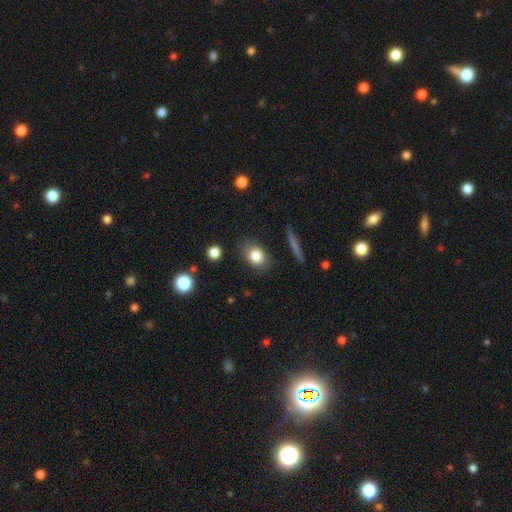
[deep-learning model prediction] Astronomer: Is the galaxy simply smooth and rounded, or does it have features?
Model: smooth — 81%.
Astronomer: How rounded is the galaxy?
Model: in between — 64%.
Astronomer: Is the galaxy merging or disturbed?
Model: none — 82%.